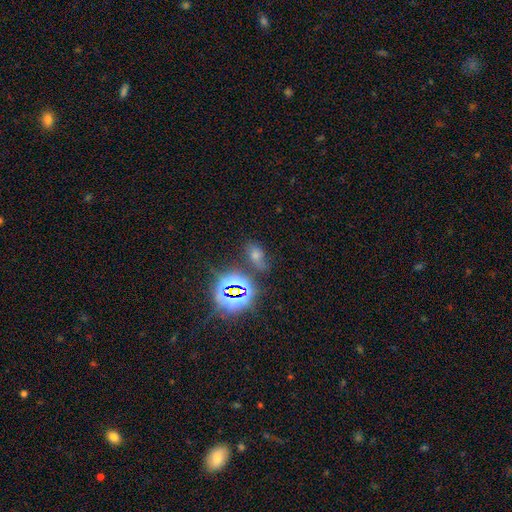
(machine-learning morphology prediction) The model was most divided on "smooth or featured": star or artifact: 52%, smooth: 32%, featured or disk: 16%.